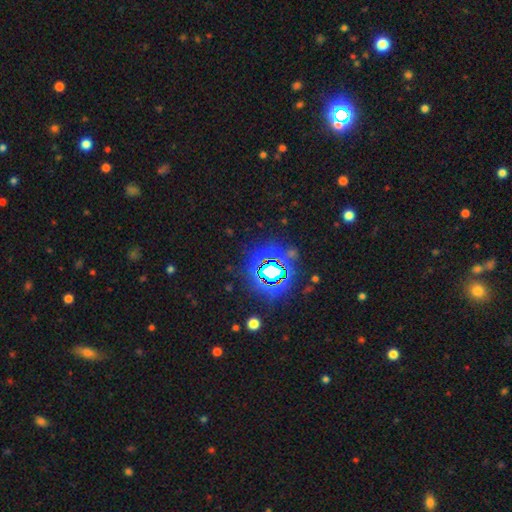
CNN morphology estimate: Smooth or featured? star or artifact (84%)